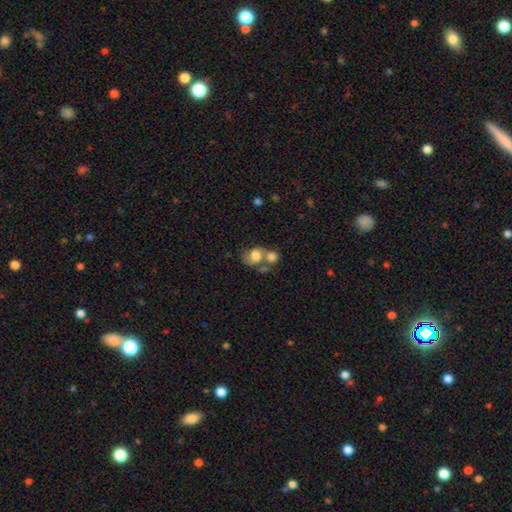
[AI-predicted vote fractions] Smooth or featured? Predicted: smooth (p=0.59). How rounded? Predicted: round (p=0.51). Merging? Predicted: merger (p=0.60).